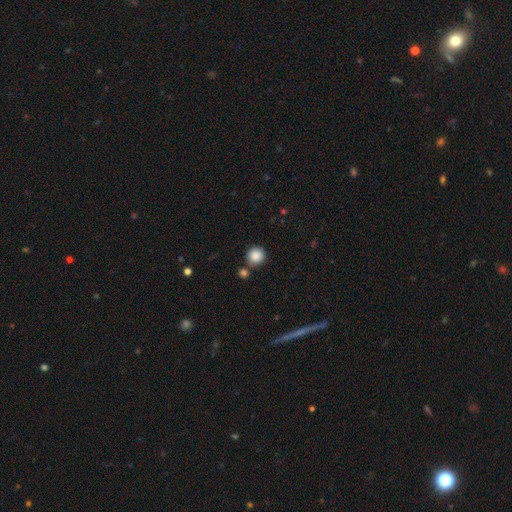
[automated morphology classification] A smooth galaxy with no disk features (87%) that is round (92%). Merging: none (78%).